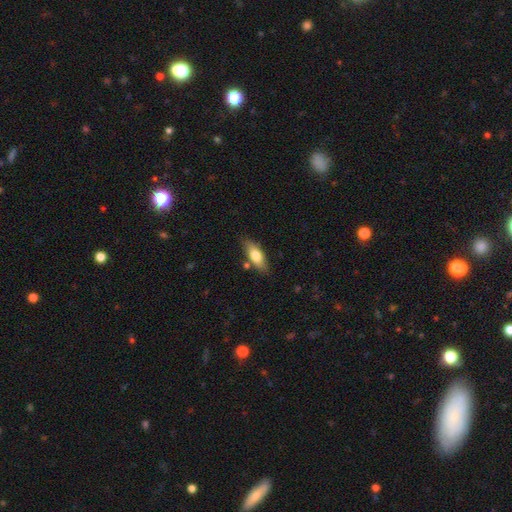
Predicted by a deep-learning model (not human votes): smooth_or_featured: smooth (p=0.71) [alt: featured or disk p=0.23]
how_rounded: in between (p=0.71) [alt: cigar-shaped p=0.26]
merging: none (p=0.77) [alt: minor disturbance p=0.15]